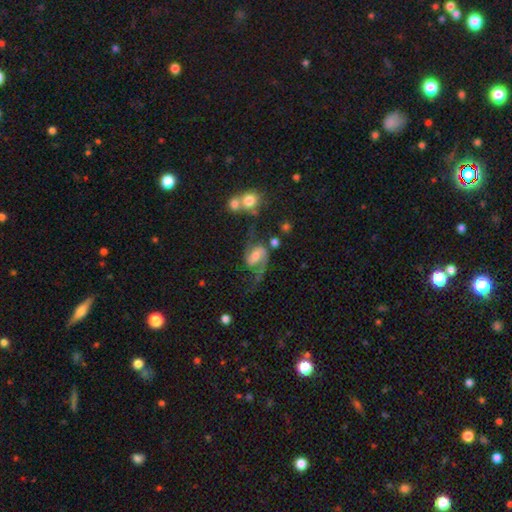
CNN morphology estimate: featured or disk 81%, smooth 12%, star or artifact 7%. Down the decision tree: edge-on disk — no (97%); bar — weak (49%); spiral arms — yes (95%); spiral arm count — 2 (84%); spiral winding — loose (50%); bulge size — moderate (48%); merging — none (44%).